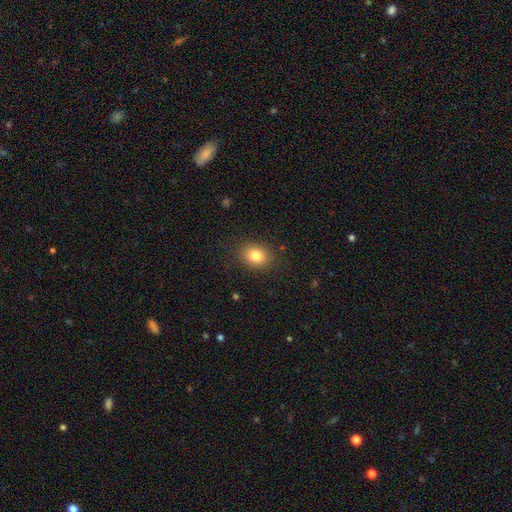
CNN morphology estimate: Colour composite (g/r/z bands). It shows a smooth galaxy with no disk features (81%) that is round (54%). Merging: none (87%).